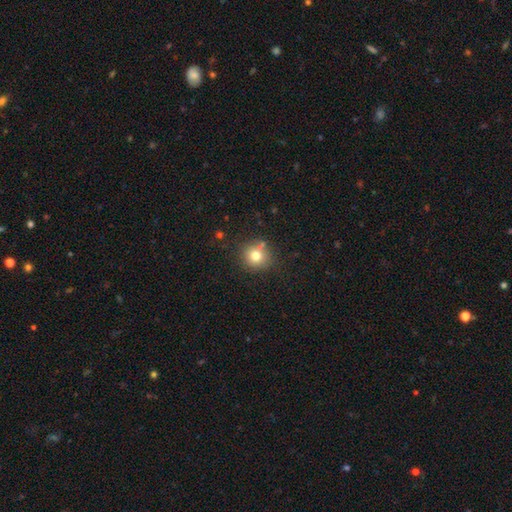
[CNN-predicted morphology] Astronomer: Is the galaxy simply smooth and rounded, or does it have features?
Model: smooth — 76%.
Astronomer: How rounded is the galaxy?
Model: round — 91%.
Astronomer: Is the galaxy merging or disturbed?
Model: none — 78%.